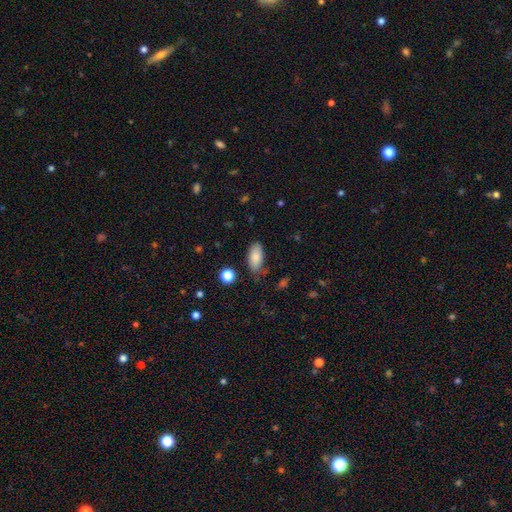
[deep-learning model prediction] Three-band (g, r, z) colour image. It shows a smooth galaxy with no disk features (85%) that is in between round and cigar-shaped (90%). Merging: none (74%).